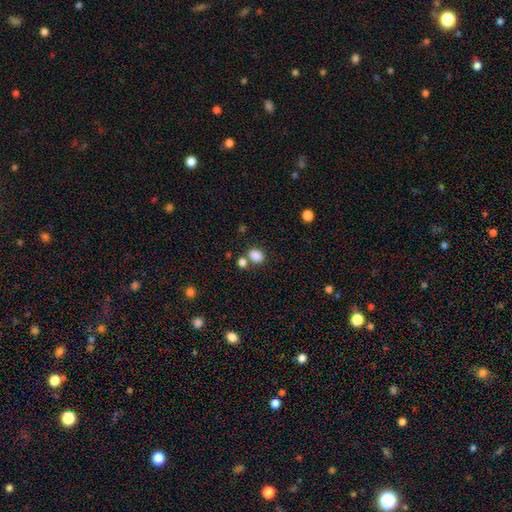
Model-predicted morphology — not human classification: The model was most divided on "how rounded": in between: 61%, round: 38%, cigar-shaped: 1%. More confident: smooth or featured — smooth (85%); merging — none (64%).